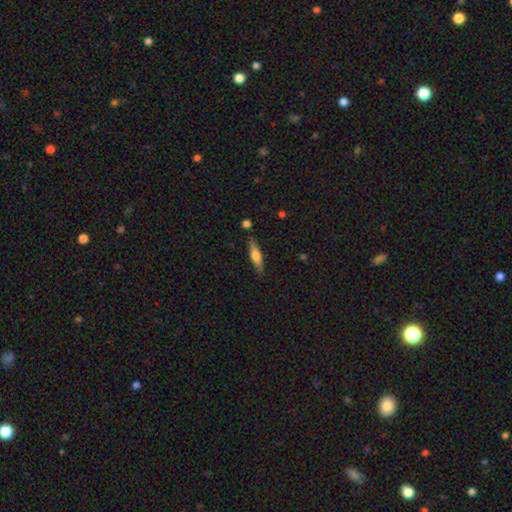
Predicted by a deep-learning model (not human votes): Q: Smooth or featured?
A: smooth (54%); runner-up: featured or disk (40%)
Q: How rounded?
A: cigar-shaped (75%); runner-up: in between (23%)
Q: Merging?
A: none (83%); runner-up: minor disturbance (12%)